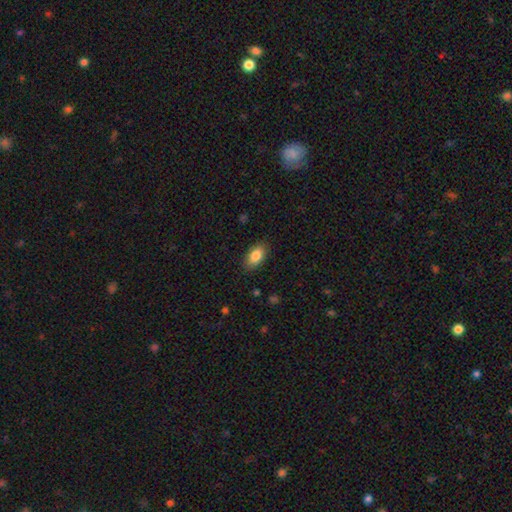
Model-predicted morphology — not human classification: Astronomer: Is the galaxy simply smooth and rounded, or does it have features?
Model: smooth — 86%.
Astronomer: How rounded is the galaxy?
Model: in between — 92%.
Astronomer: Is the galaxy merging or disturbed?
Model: none — 87%.